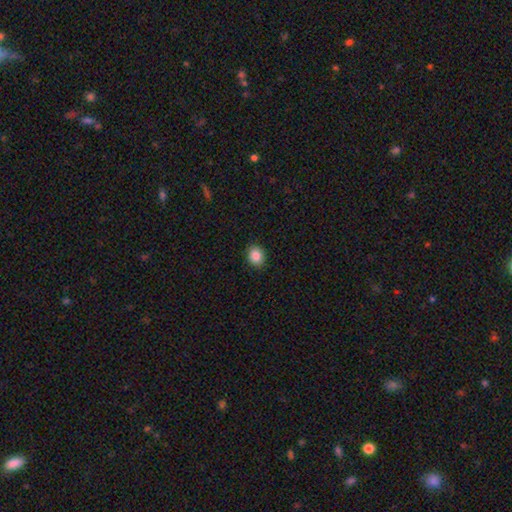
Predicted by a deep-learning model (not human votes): Smooth or featured? Predicted: smooth (p=0.87). How rounded? Predicted: round (p=0.59). Merging? Predicted: none (p=0.90).